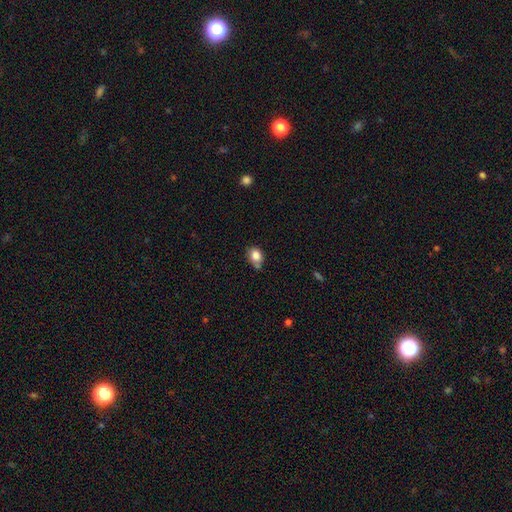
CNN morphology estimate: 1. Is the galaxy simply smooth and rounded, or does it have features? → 82% smooth, 10% star or artifact, 8% featured or disk.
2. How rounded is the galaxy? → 54% in between, 45% round, 1% cigar-shaped.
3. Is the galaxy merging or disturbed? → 60% none, 24% minor disturbance, 11% merger, 5% major disturbance.